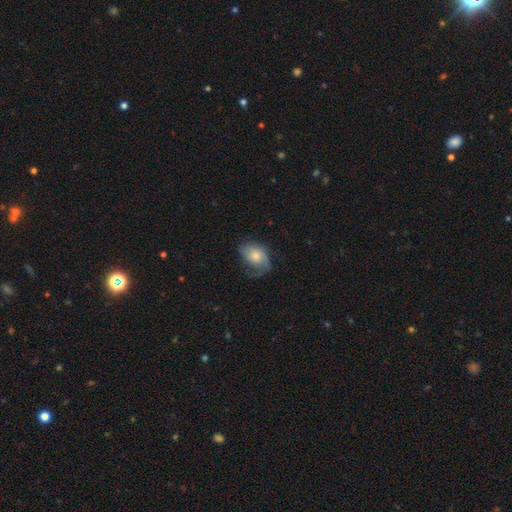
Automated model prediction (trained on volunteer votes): This is possibly a featured or disk galaxy (51%). It is clearly not viewed edge-on (96%). Merging: possibly none (45%).